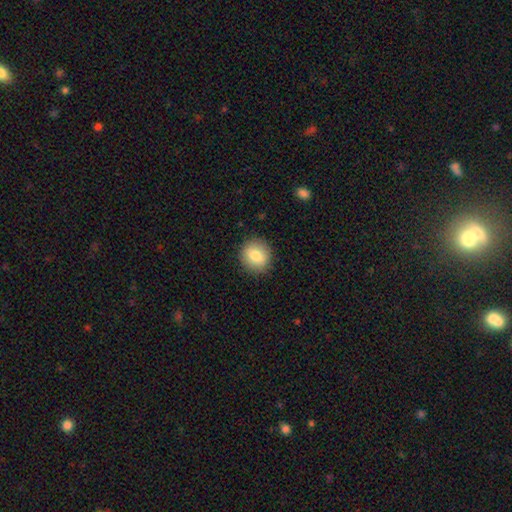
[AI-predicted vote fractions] Smooth or featured?
  - smooth: 81% *
  - featured or disk: 10%
  - star or artifact: 8%
How rounded?
  - round: 85% *
  - in between: 14%
  - cigar-shaped: 1%
Merging?
  - none: 89% *
  - minor disturbance: 8%
  - major disturbance: 2%
  - merger: 1%